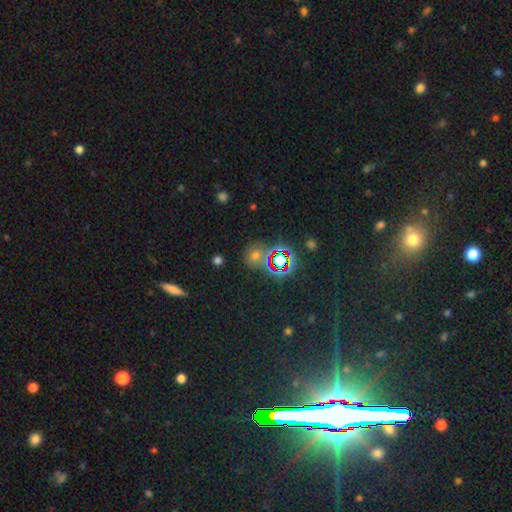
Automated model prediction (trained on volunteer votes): This is possibly a smooth galaxy (48%). Merging: likely none (68%).